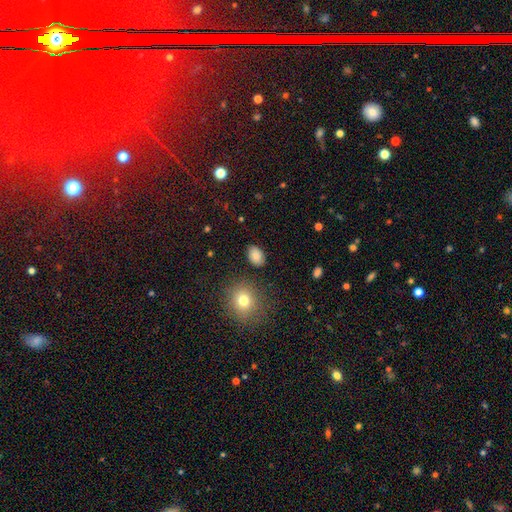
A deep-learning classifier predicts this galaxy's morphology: Smooth or featured: smooth — 83% (star or artifact — 10%)
How rounded: in between — 79% (round — 20%)
Merging: none — 86% (minor disturbance — 10%)